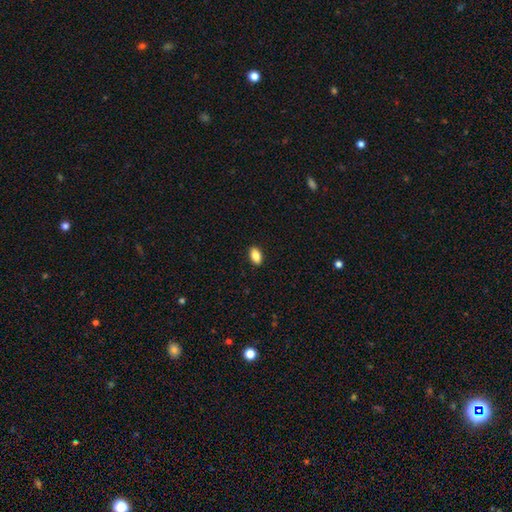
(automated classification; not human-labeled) A smooth galaxy with no disk features (87%) that is in between round and cigar-shaped (92%).

Vote fractions:
- Smooth or featured? smooth: 87% / star or artifact: 8% / featured or disk: 5%
- How rounded? in between: 92% / round: 5% / cigar-shaped: 3%
- Merging? none: 90% / minor disturbance: 7% / major disturbance: 2% / merger: 1%